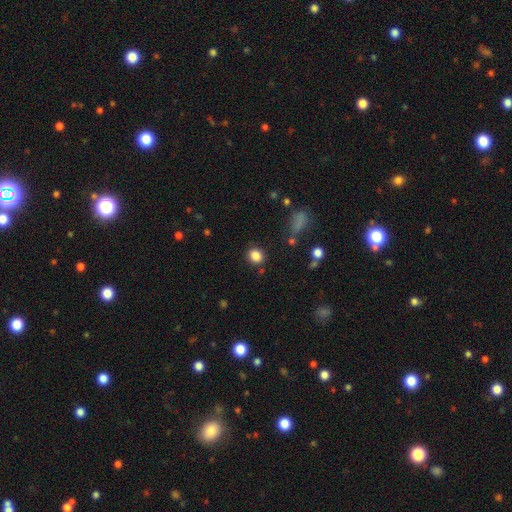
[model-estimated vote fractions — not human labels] Smooth or featured: smooth — 85% (star or artifact — 11%)
How rounded: round — 67% (in between — 32%)
Merging: none — 84% (minor disturbance — 10%)